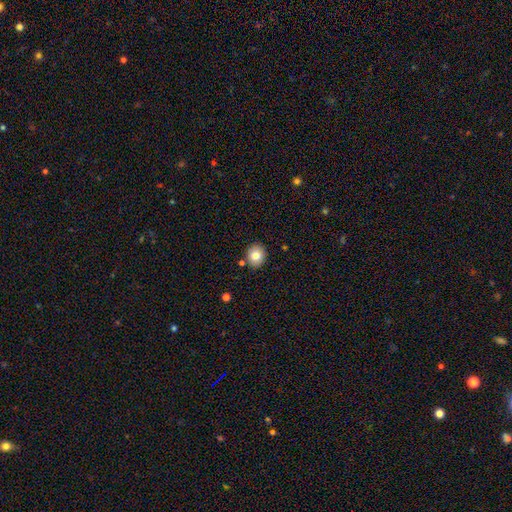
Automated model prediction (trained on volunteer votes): smooth 80%, featured or disk 11%, star or artifact 10%. Down the decision tree: how rounded — round (72%); merging — none (85%).